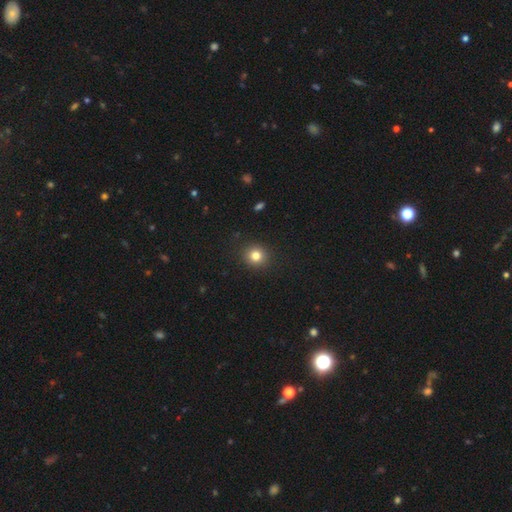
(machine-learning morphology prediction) The model was most divided on "smooth or featured": smooth: 81%, star or artifact: 12%, featured or disk: 7%. More confident: merging — none (91%); how rounded — round (88%).